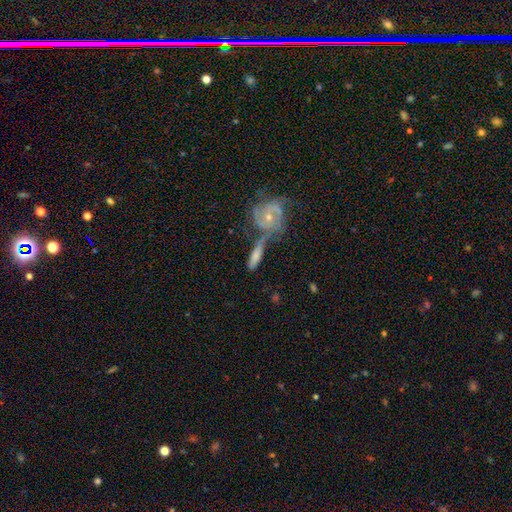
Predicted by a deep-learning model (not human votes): A featured or disk galaxy (49%).

Vote fractions:
- Smooth or featured? featured or disk: 49% / smooth: 44% / star or artifact: 7%
- Merging? none: 42% / merger: 33% / minor disturbance: 17% / major disturbance: 7%